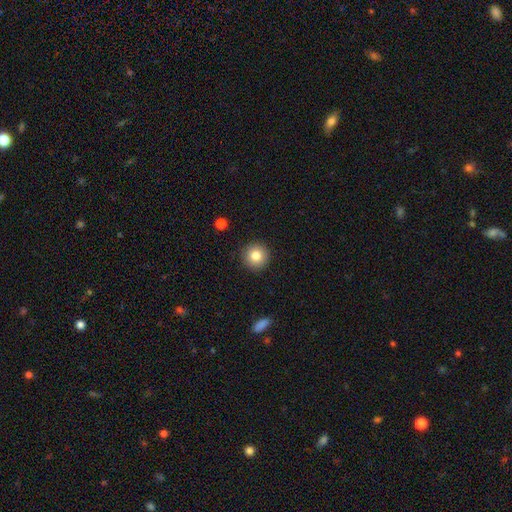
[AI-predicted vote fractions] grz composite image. It shows a smooth galaxy with no disk features (82%) that is round (95%). Merging: none (91%).